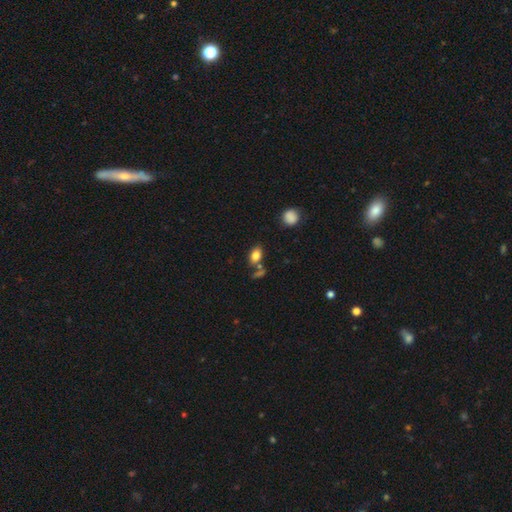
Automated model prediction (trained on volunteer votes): A smooth galaxy with no disk features (81%) that is in between round and cigar-shaped (82%).

Vote fractions:
- Smooth or featured? smooth: 81% / star or artifact: 10% / featured or disk: 9%
- How rounded? in between: 82% / round: 16% / cigar-shaped: 2%
- Merging? none: 65% / merger: 17% / minor disturbance: 14% / major disturbance: 4%